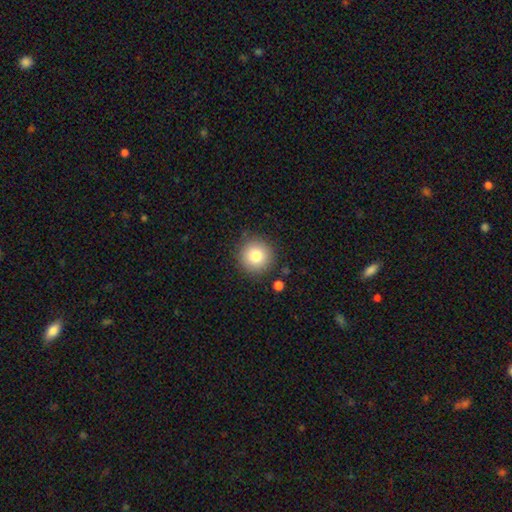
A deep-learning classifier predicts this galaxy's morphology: type=smooth (80%); roundness=round (95%); merging=none (87%).